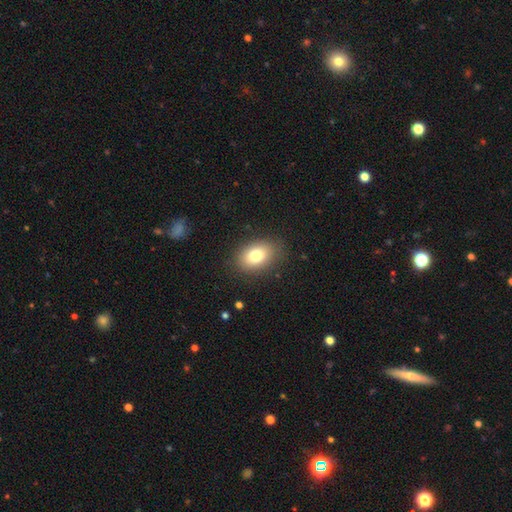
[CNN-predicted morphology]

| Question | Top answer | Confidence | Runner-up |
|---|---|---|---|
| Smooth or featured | smooth | 79% | featured or disk (12%) |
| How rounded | in between | 81% | round (17%) |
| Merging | none | 85% | minor disturbance (11%) |